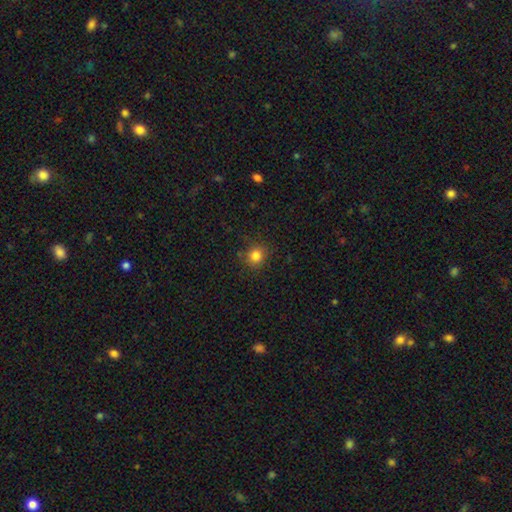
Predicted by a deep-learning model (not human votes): smooth 82%, star or artifact 13%, featured or disk 5%. Down the decision tree: how rounded — round (87%); merging — none (85%).